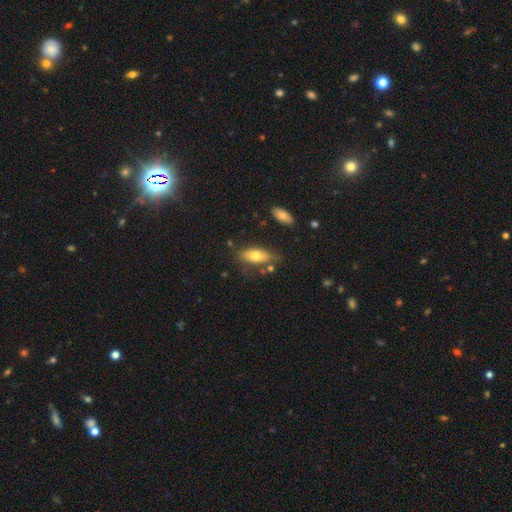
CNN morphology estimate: Smooth or featured?
  - smooth: 70% *
  - featured or disk: 22%
  - star or artifact: 8%
How rounded?
  - in between: 79% *
  - cigar-shaped: 18%
  - round: 3%
Merging?
  - none: 68% *
  - minor disturbance: 19%
  - merger: 7%
  - major disturbance: 6%